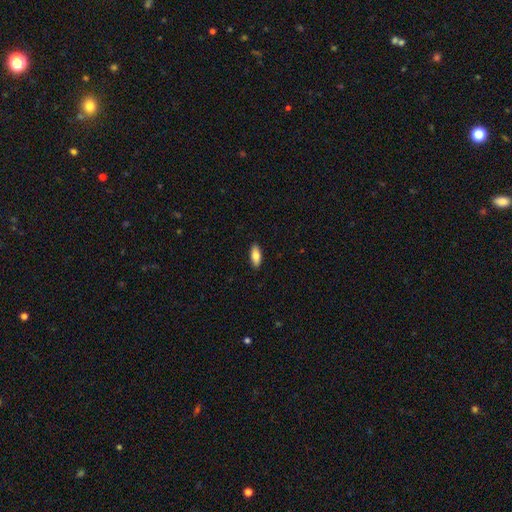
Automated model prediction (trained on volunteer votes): Smooth or featured?
  - smooth: 80% *
  - featured or disk: 14%
  - star or artifact: 6%
How rounded?
  - in between: 81% *
  - cigar-shaped: 17%
  - round: 2%
Merging?
  - none: 90% *
  - minor disturbance: 7%
  - major disturbance: 2%
  - merger: 1%